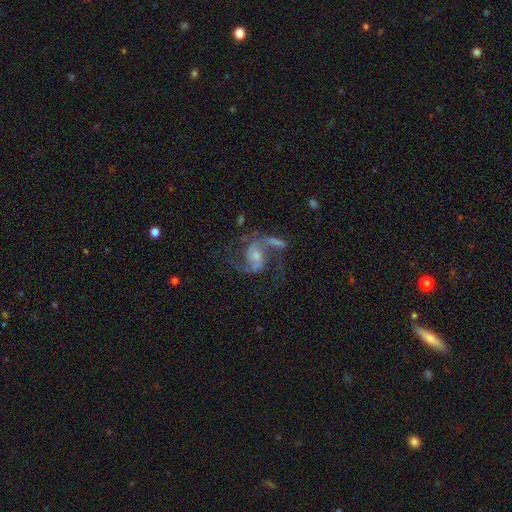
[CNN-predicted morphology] featured or disk 88%, star or artifact 7%, smooth 5%. Down the decision tree: edge-on disk — no (98%); bar — no (45%); spiral arms — yes (97%); spiral arm count — 2 (90%); spiral winding — medium (51%); bulge size — small (54%); merging — none (52%).